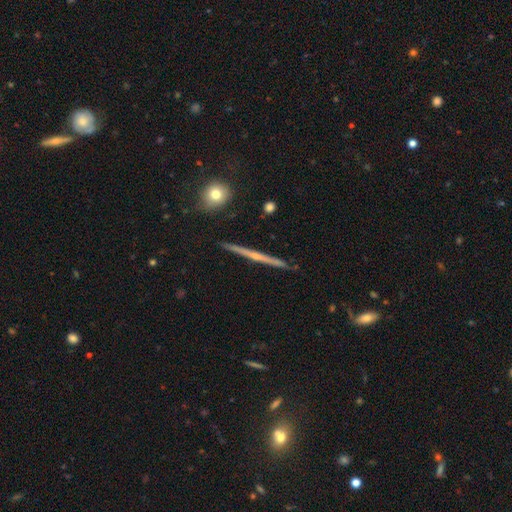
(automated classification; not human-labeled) Smooth or featured? featured or disk (77%)
Edge-on disk? yes (98%)
Edge-on bulge? rounded (65%)
Merging? none (91%)